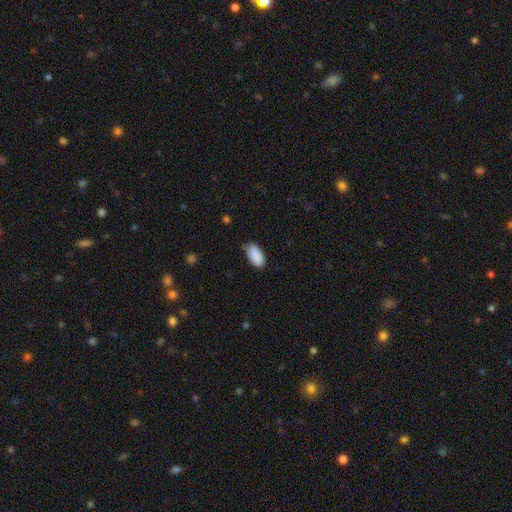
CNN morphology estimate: Smooth or featured?
  - smooth: 90% *
  - star or artifact: 6%
  - featured or disk: 3%
How rounded?
  - in between: 94% *
  - cigar-shaped: 4%
  - round: 2%
Merging?
  - none: 78% *
  - minor disturbance: 18%
  - major disturbance: 3%
  - merger: 1%